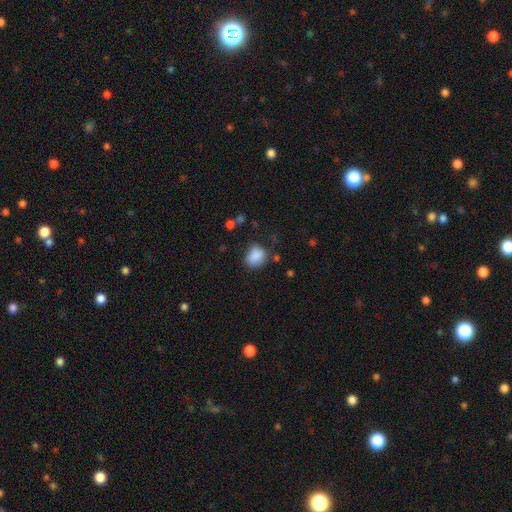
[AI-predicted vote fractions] Morphology: type=smooth (86%); roundness=in between (53%); merging=none (65%).